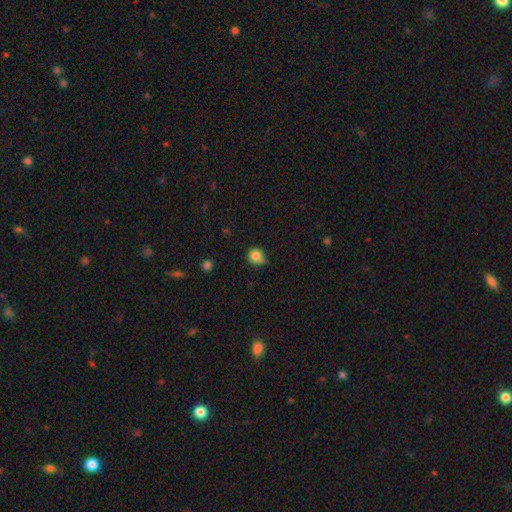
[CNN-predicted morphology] A smooth galaxy with no disk features (83%) that is round (81%). Merging: none (54%).